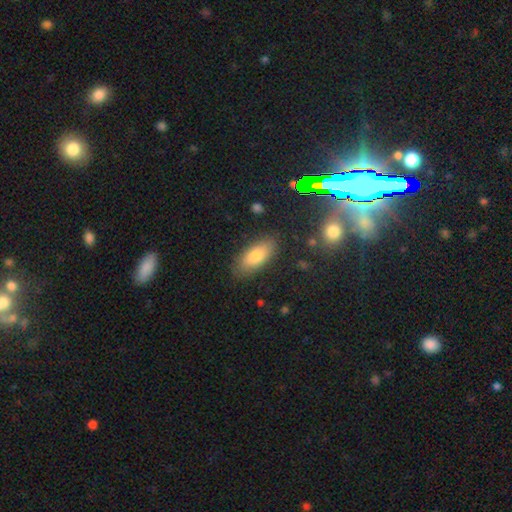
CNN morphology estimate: smooth 76%, star or artifact 12%, featured or disk 12%. Down the decision tree: how rounded — in between (85%); merging — none (85%).